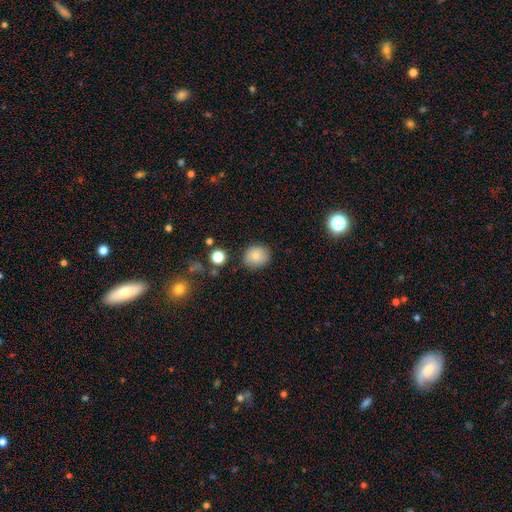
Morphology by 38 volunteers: A smooth galaxy with no disk features (82%) that is round (87%).

Vote fractions:
- Smooth or featured? smooth: 82% / featured or disk: 16% / star or artifact: 3%
- How rounded? round: 87% / in between: 13% / cigar-shaped: 0%
- Merging? none: 86% / minor disturbance: 11% / major disturbance: 3% / merger: 0%